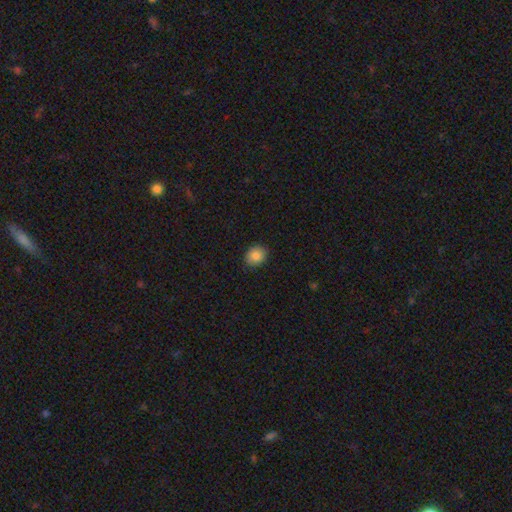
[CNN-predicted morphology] A smooth galaxy with no disk features (84%) that is round (71%). Merging: none (88%).